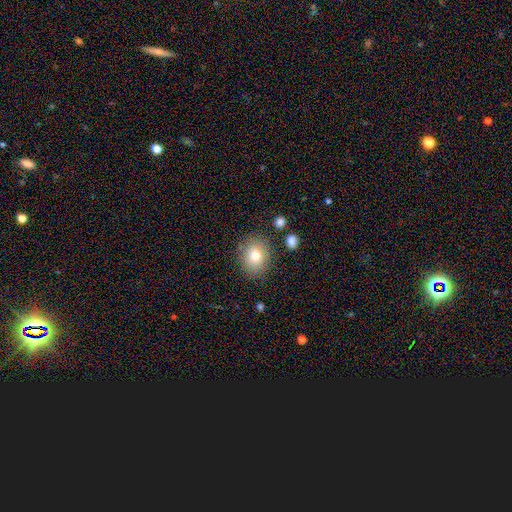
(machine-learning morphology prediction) The model was most divided on "how rounded": round: 56%, in between: 43%, cigar-shaped: 1%. More confident: merging — none (82%); smooth or featured — smooth (78%).